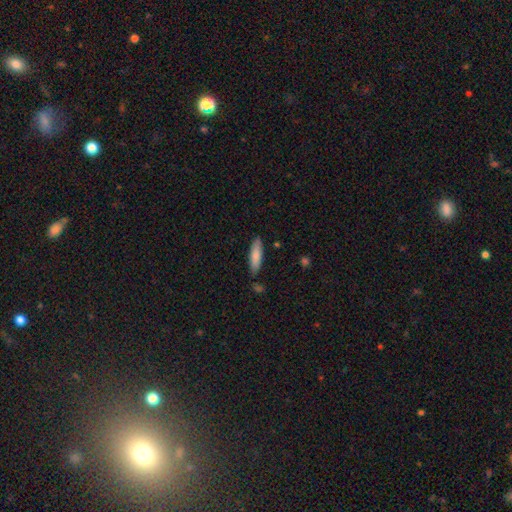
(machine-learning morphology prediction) smooth_or_featured: smooth (p=0.84) [alt: featured or disk p=0.11]
how_rounded: cigar-shaped (p=0.63) [alt: in between p=0.35]
merging: none (p=0.83) [alt: minor disturbance p=0.12]